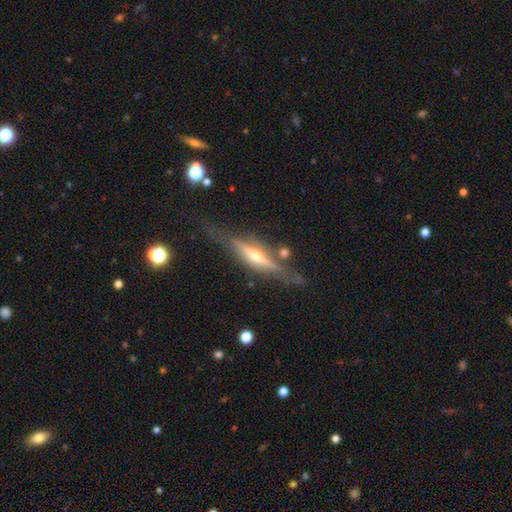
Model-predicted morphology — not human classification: Smooth or featured?
  - featured or disk: 82% *
  - smooth: 12%
  - star or artifact: 6%
Edge-on disk?
  - yes: 96% *
  - no: 4%
Edge-on bulge?
  - rounded: 85% *
  - boxy: 8%
  - none: 7%
Merging?
  - none: 76% *
  - minor disturbance: 15%
  - major disturbance: 5%
  - merger: 4%